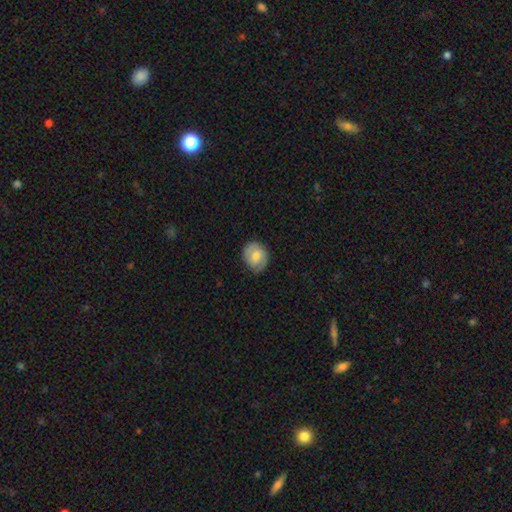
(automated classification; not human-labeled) Overall: smooth (61%; featured or disk 32%). How rounded: round (63%; in between 36%). Merging: none (74%).